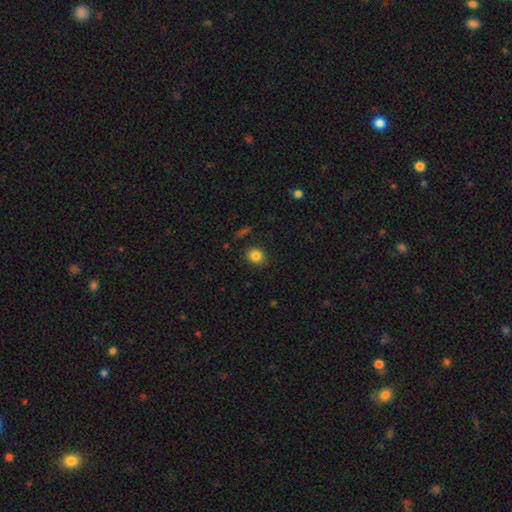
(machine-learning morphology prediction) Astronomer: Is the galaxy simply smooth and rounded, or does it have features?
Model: smooth — 84%.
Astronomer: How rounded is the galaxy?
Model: round — 75%.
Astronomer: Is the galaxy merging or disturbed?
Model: none — 86%.